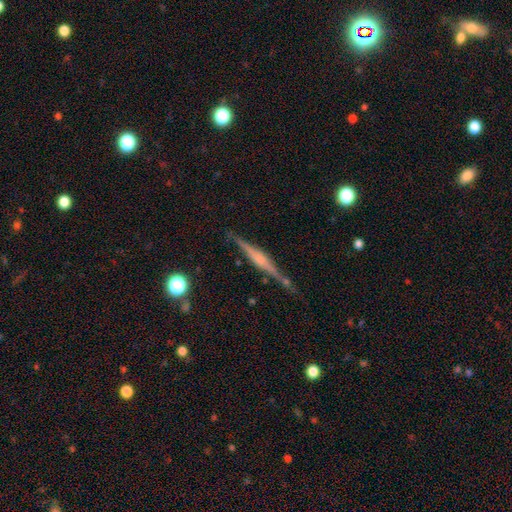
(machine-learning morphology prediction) This is likely a featured or disk galaxy (79%). It is clearly viewed edge-on (98%). Edge-on bulge: possibly rounded (56%). Merging: clearly none (86%).